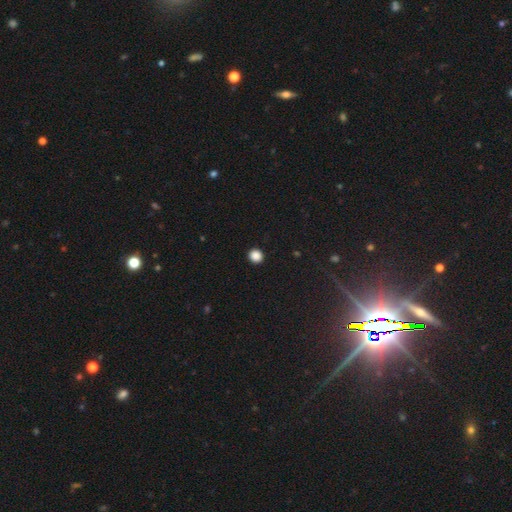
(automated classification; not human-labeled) smooth_or_featured: smooth (p=0.88) [alt: star or artifact p=0.10]
how_rounded: round (p=0.93) [alt: in between p=0.07]
merging: none (p=0.93) [alt: minor disturbance p=0.04]